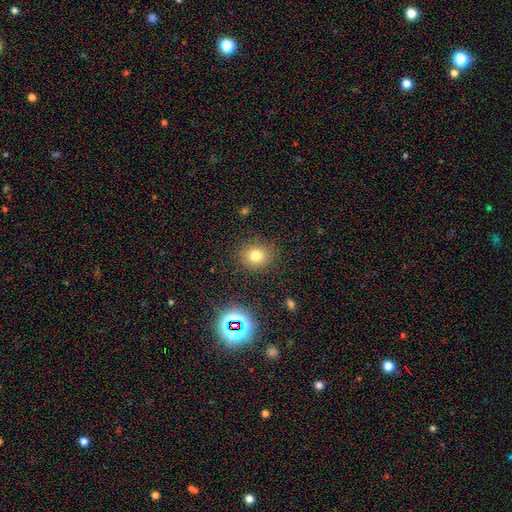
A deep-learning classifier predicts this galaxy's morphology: smooth 74%, star or artifact 17%, featured or disk 9%. Down the decision tree: how rounded — round (75%); merging — none (86%).